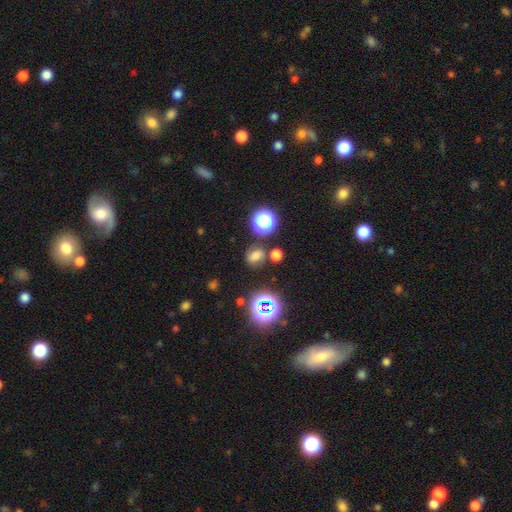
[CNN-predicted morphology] Overall: smooth (64%; star or artifact 25%). How rounded: in between (57%; round 42%). Merging: none (72%).